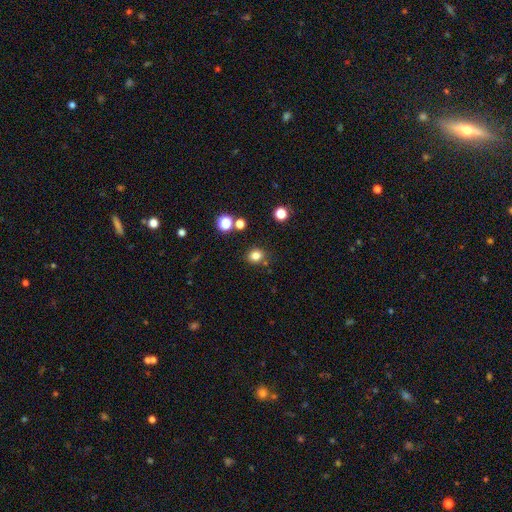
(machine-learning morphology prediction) A smooth galaxy with no disk features (81%) that is round (75%).

Vote fractions:
- Smooth or featured? smooth: 81% / star or artifact: 14% / featured or disk: 5%
- How rounded? round: 75% / in between: 24% / cigar-shaped: 1%
- Merging? none: 81% / minor disturbance: 10% / merger: 5% / major disturbance: 3%